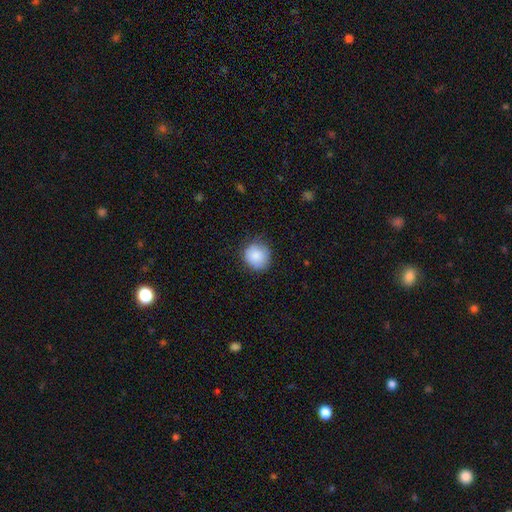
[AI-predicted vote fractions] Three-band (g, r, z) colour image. It shows a smooth galaxy with no disk features (87%) that is round (89%). Merging: none (78%).